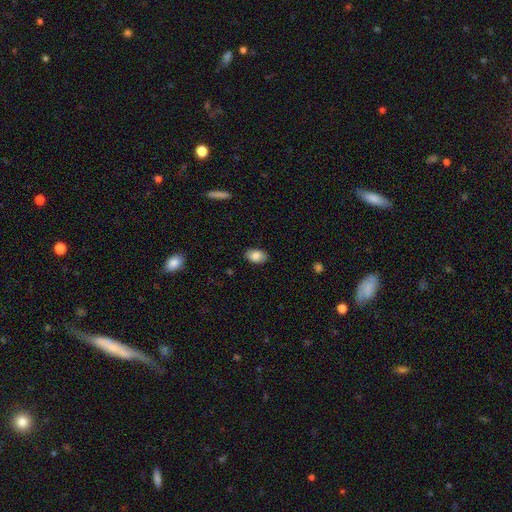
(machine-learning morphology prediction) This is clearly a smooth galaxy (85%). How rounded: clearly in between (90%). Merging: clearly none (87%).